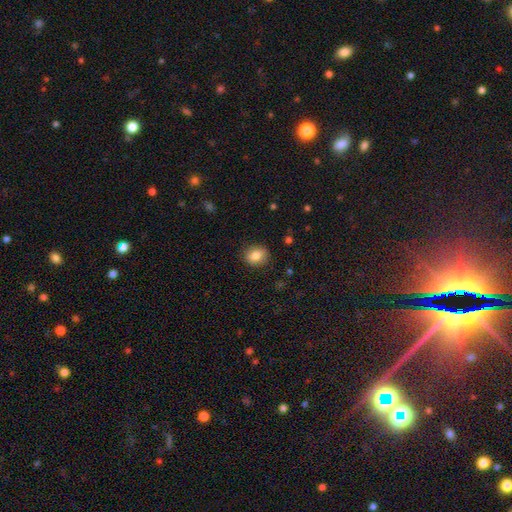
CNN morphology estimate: Q: Smooth or featured?
A: smooth (84%); runner-up: star or artifact (9%)
Q: How rounded?
A: round (64%); runner-up: in between (35%)
Q: Merging?
A: none (88%); runner-up: minor disturbance (9%)